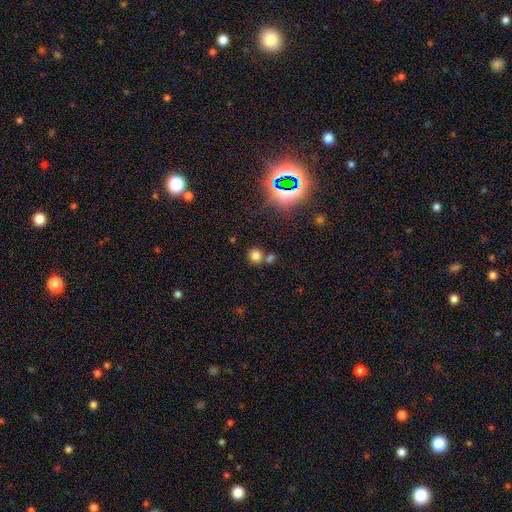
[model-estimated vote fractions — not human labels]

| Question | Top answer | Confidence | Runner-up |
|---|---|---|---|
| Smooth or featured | smooth | 74% | star or artifact (19%) |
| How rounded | round | 83% | in between (15%) |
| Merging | none | 63% | merger (25%) |